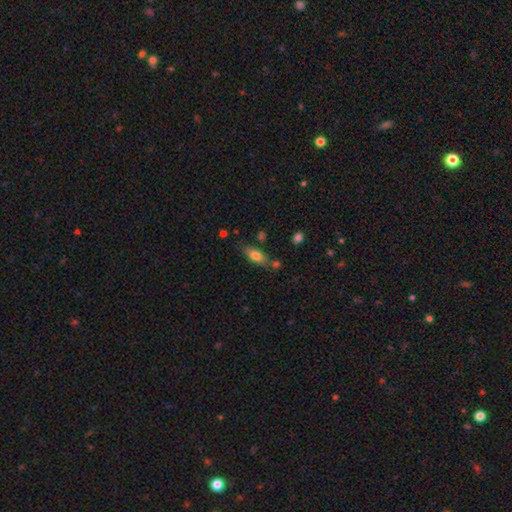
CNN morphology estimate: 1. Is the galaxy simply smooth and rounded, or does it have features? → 74% smooth, 18% featured or disk, 8% star or artifact.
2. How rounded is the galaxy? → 75% in between, 21% cigar-shaped, 3% round.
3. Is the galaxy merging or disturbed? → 68% none, 17% minor disturbance, 10% merger, 4% major disturbance.